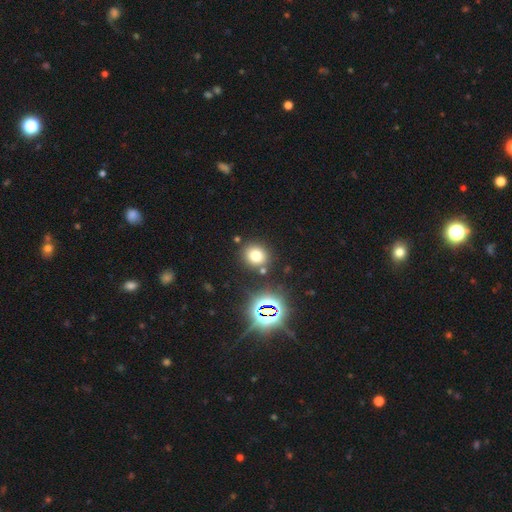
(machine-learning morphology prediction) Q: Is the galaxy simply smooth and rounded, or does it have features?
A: smooth — 70%.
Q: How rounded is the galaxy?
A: round — 80%.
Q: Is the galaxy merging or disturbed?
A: none — 82%.